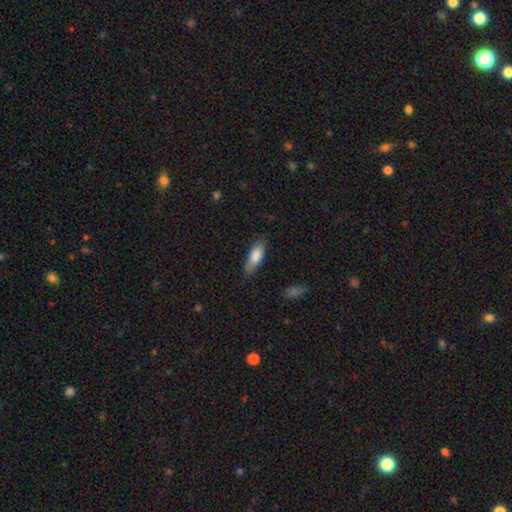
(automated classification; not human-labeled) This appears to be a smooth galaxy with no disk features (81%) that is in between round and cigar-shaped (61%). Merging: none (79%).